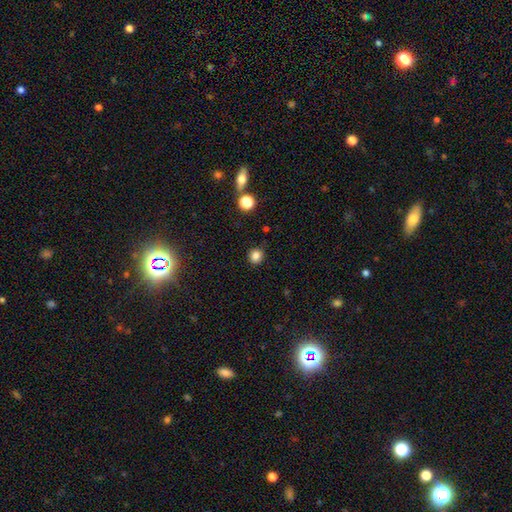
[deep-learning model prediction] This is clearly a smooth galaxy (84%). How rounded: clearly round (89%). Merging: clearly none (89%).